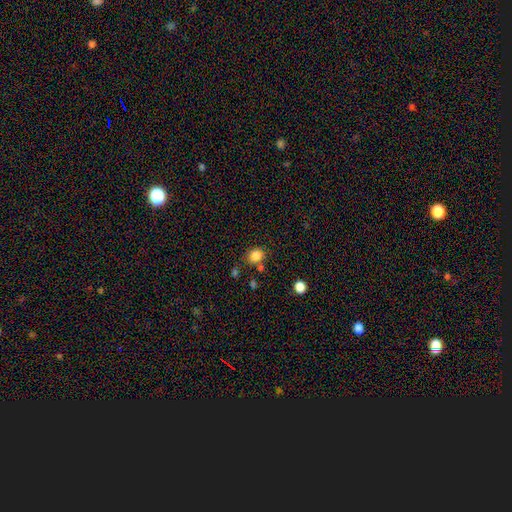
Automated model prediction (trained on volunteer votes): This appears to be a smooth galaxy with no disk features (84%) that is round (58%). Merging: none (73%).